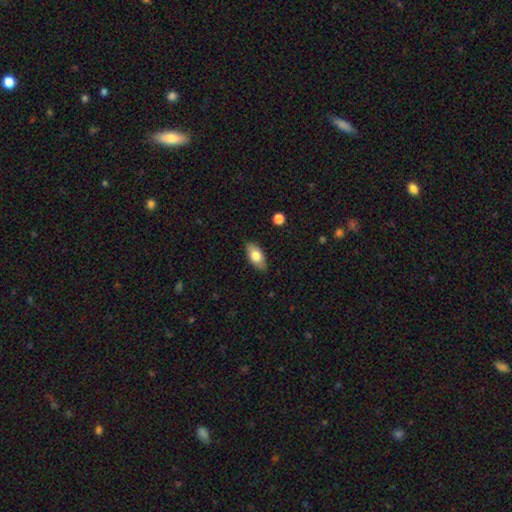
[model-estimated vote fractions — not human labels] Q: Smooth or featured?
A: smooth (77%); runner-up: featured or disk (17%)
Q: How rounded?
A: in between (91%); runner-up: cigar-shaped (5%)
Q: Merging?
A: none (86%); runner-up: minor disturbance (11%)